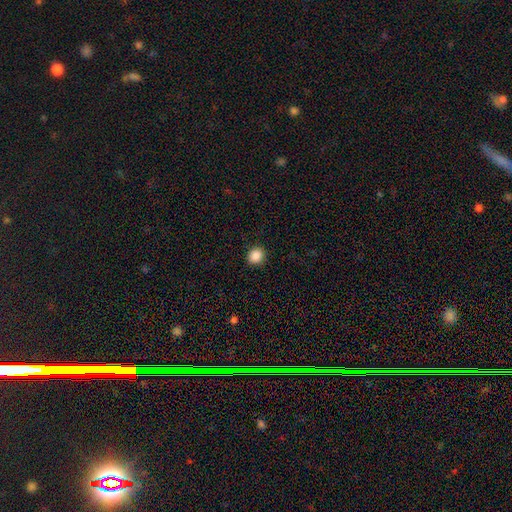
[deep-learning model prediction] Overall: smooth (88%). How rounded: round (85%). Merging: none (91%).